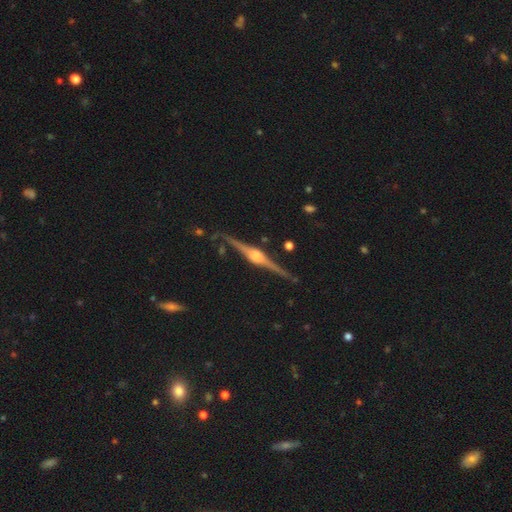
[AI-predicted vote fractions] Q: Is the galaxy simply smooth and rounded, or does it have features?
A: featured or disk — 91%.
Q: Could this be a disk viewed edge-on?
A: yes — 98%.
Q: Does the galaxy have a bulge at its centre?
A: rounded — 89%.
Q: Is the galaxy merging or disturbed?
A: none — 88%.